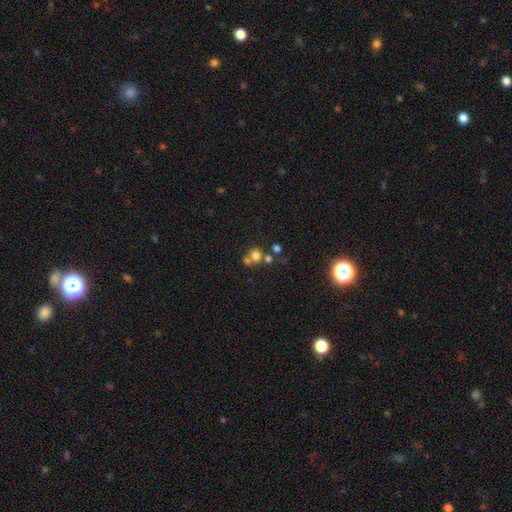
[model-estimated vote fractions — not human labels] smooth 69%, star or artifact 16%, featured or disk 15%. Down the decision tree: how rounded — round (82%); merging — none (46%).